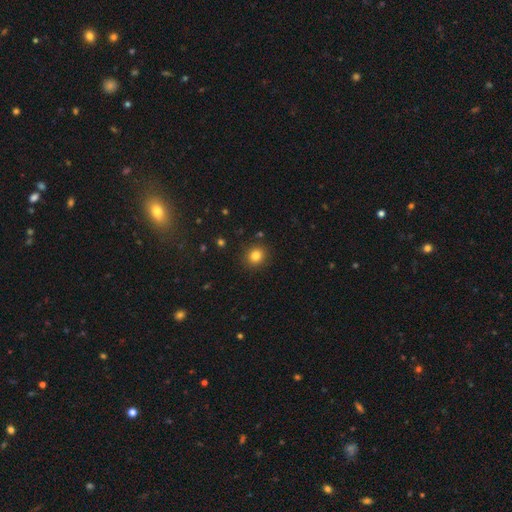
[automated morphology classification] The model was most divided on "smooth or featured": smooth: 82%, star or artifact: 12%, featured or disk: 6%. More confident: merging — none (90%); how rounded — round (85%).